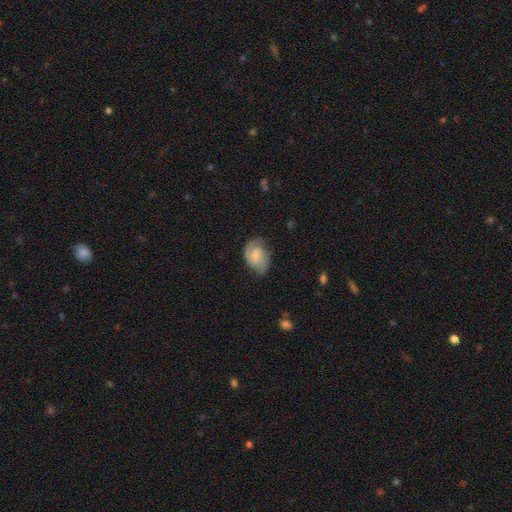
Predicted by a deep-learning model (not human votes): Smooth or featured?
  - featured or disk: 53% *
  - smooth: 39%
  - star or artifact: 7%
Edge-on disk?
  - no: 97% *
  - yes: 3%
Bar?
  - no: 51% *
  - weak: 41%
  - strong: 8%
Spiral arms?
  - yes: 90% *
  - no: 10%
Bulge size?
  - small: 35% *
  - moderate: 31%
  - none: 24%
  - large: 8%
  - dominant: 2%
Merging?
  - none: 64% *
  - minor disturbance: 26%
  - major disturbance: 9%
  - merger: 1%